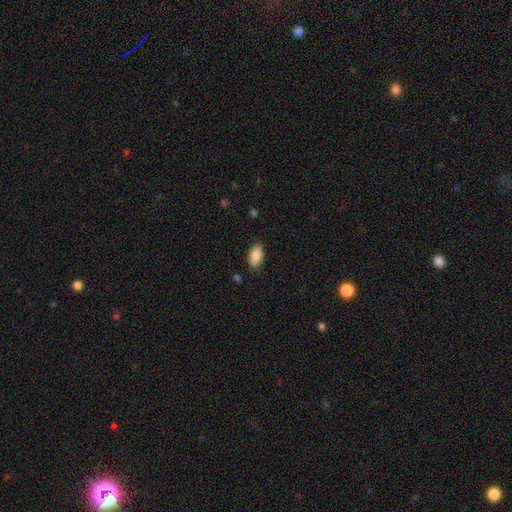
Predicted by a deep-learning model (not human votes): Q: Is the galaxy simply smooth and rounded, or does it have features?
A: smooth — 87%.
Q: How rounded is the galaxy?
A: in between — 93%.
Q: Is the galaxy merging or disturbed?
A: none — 87%.